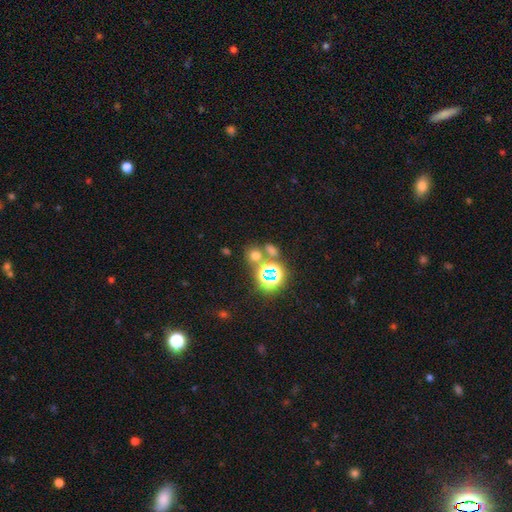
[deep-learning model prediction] Morphology: type=smooth (55%); roundness=round (74%); merging=none (63%).